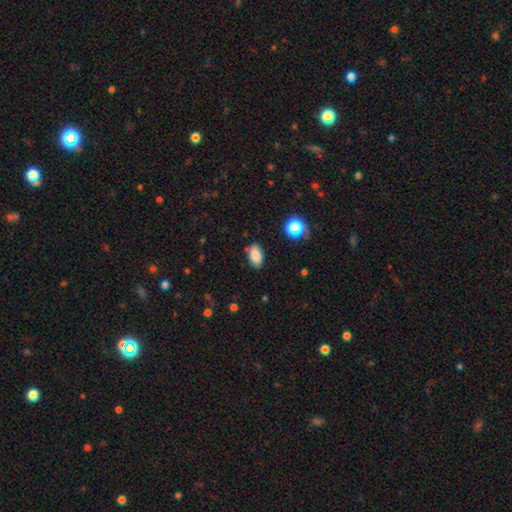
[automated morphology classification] Smooth or featured: smooth — 85% (star or artifact — 9%)
How rounded: in between — 92% (round — 5%)
Merging: none — 81% (minor disturbance — 14%)